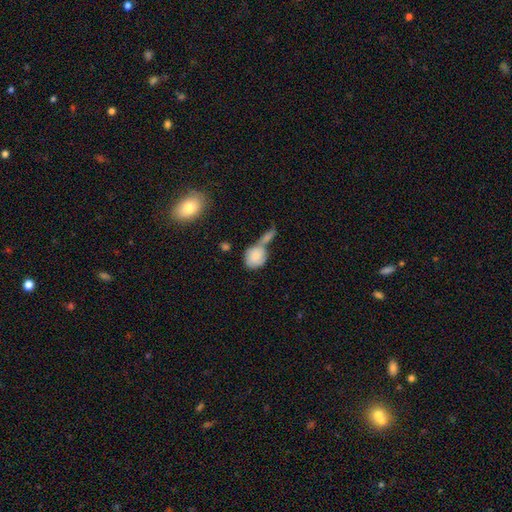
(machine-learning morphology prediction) A smooth galaxy with no disk features (80%) that is round (65%). Merging: merger (55%).